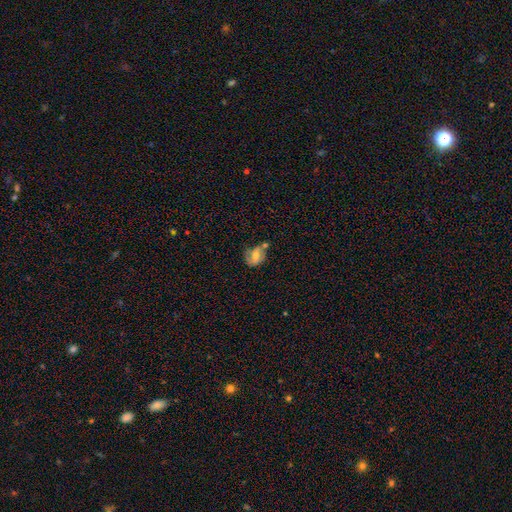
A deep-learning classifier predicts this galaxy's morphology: The model was most divided on "smooth or featured": smooth: 48%, featured or disk: 43%, star or artifact: 10%. Remaining: merging — none (39%).